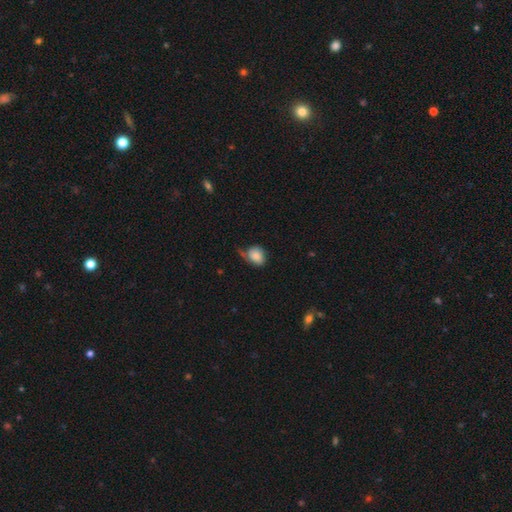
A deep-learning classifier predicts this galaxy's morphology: smooth 80%, featured or disk 12%, star or artifact 8%. Down the decision tree: how rounded — in between (52%); merging — none (45%).